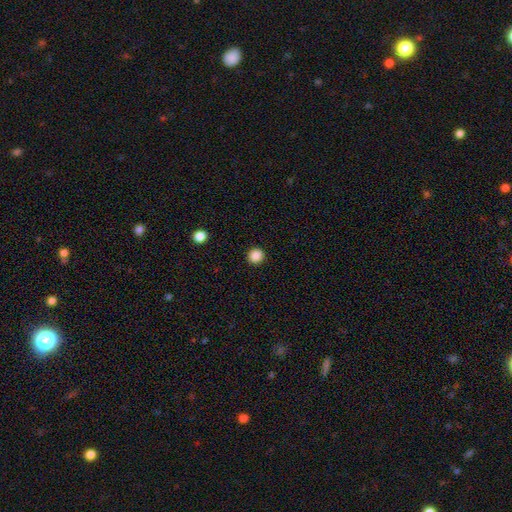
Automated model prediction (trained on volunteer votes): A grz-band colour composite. It shows a smooth galaxy with no disk features (87%) that is round (90%). Merging: none (92%).